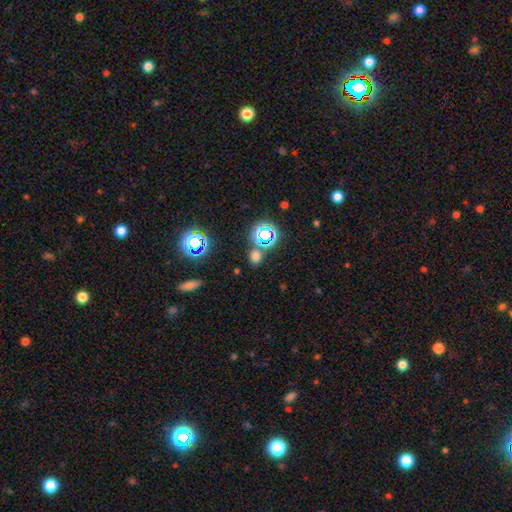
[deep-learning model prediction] A smooth galaxy with no disk features (58%) that is round (64%). Merging: none (75%).